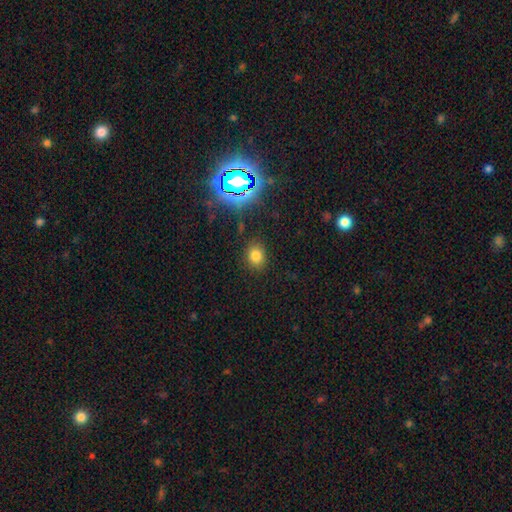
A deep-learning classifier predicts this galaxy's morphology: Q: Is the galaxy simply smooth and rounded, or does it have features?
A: smooth — 75%.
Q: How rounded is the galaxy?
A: round — 57%.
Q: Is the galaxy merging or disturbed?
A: none — 85%.